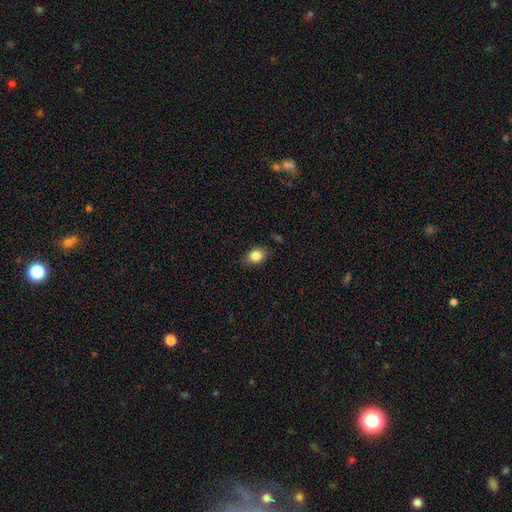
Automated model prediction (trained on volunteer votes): A smooth galaxy with no disk features (83%) that is in between round and cigar-shaped (68%). Merging: none (83%).